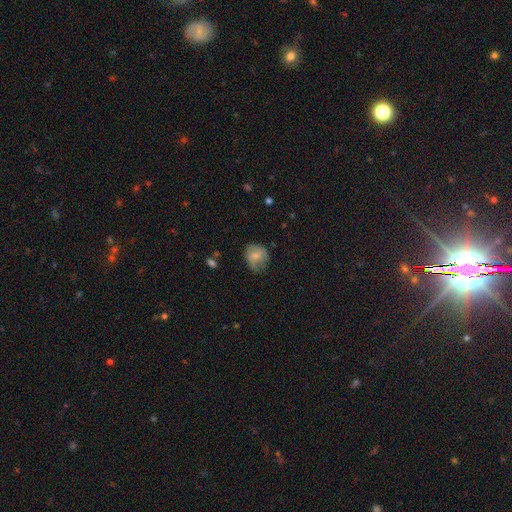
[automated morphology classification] Overall: smooth (70%). How rounded: round (68%; in between 31%). Merging: none (60%; minor disturbance 29%).